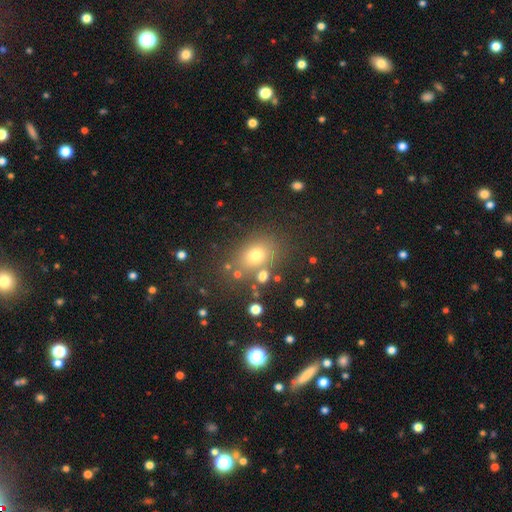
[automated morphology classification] type=smooth (72%); roundness=in between (60%); merging=none (74%).